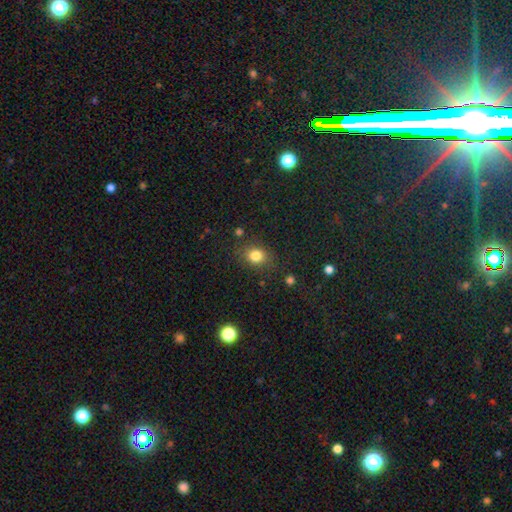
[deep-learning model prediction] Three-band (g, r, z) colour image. It shows a smooth galaxy with no disk features (82%) that is round (61%). Merging: none (81%).